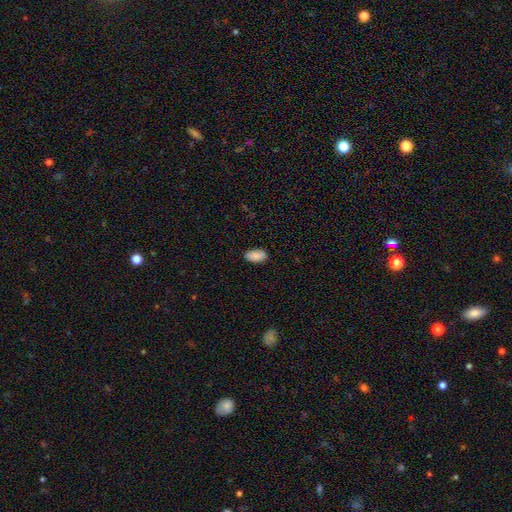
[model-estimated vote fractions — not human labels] Smooth or featured? smooth (89%)
How rounded? in between (94%)
Merging? none (87%)